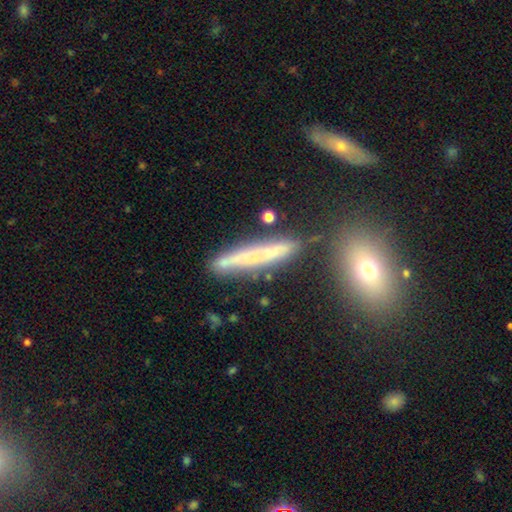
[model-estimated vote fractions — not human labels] Smooth or featured? smooth (53%)
How rounded? cigar-shaped (93%)
Merging? none (75%)